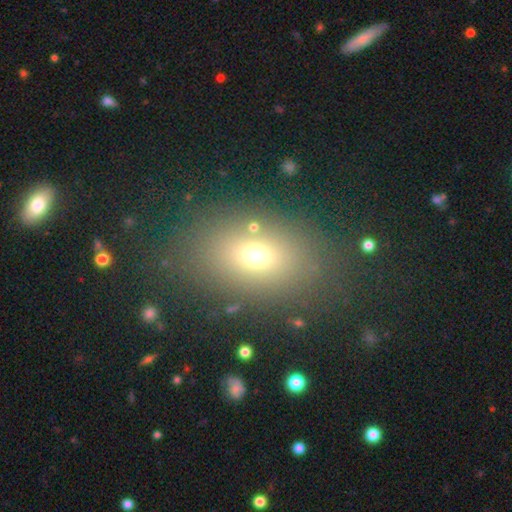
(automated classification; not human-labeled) A smooth galaxy with no disk features (68%) that is in between round and cigar-shaped (75%).

Vote fractions:
- Smooth or featured? smooth: 68% / star or artifact: 19% / featured or disk: 13%
- How rounded? in between: 75% / round: 23% / cigar-shaped: 2%
- Merging? none: 82% / minor disturbance: 9% / major disturbance: 5% / merger: 3%